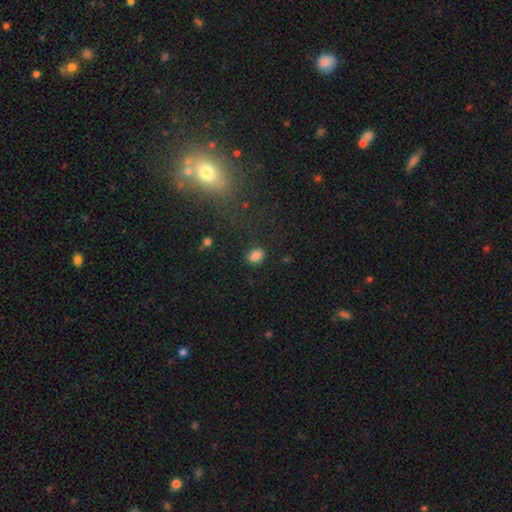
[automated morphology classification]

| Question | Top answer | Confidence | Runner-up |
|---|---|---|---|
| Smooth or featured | smooth | 83% | star or artifact (11%) |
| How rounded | in between | 61% | round (38%) |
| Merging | none | 85% | minor disturbance (10%) |